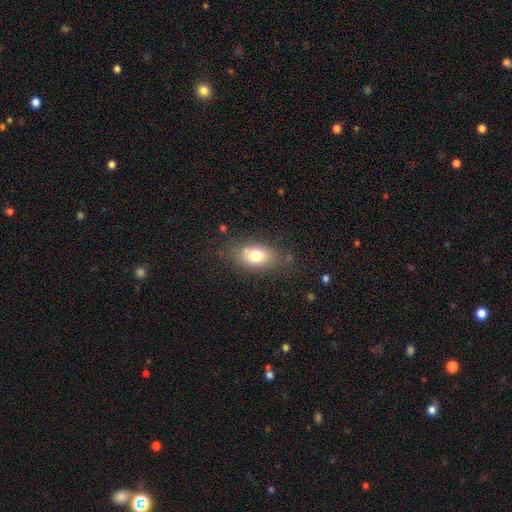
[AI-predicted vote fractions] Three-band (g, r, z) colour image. It shows a smooth galaxy with no disk features (75%) that is in between round and cigar-shaped (81%). Merging: none (74%).